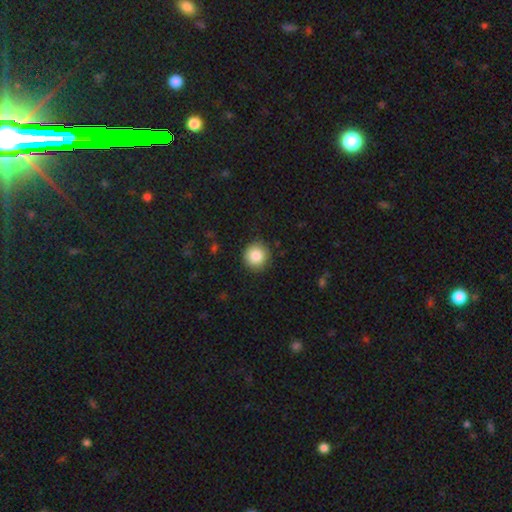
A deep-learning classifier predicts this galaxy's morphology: Overall: smooth (88%). How rounded: round (94%). Merging: none (89%).